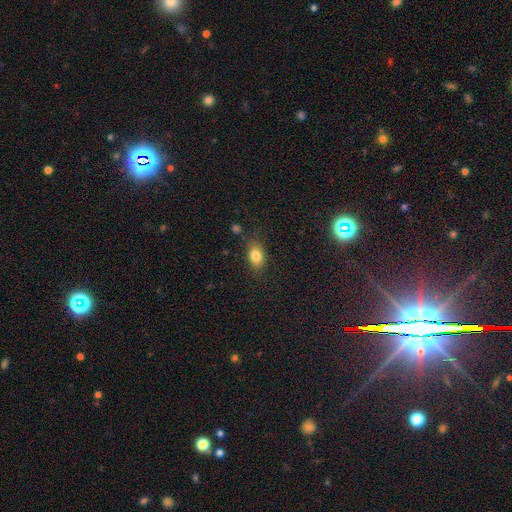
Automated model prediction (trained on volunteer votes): Smooth or featured? Predicted: smooth (p=0.82). How rounded? Predicted: in between (p=0.82). Merging? Predicted: none (p=0.81).